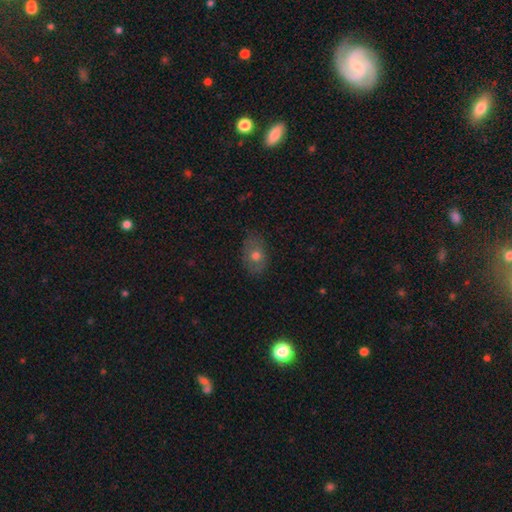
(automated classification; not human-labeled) This appears to be a smooth galaxy with no disk features (66%) that is in between round and cigar-shaped (77%). Merging: none (78%).